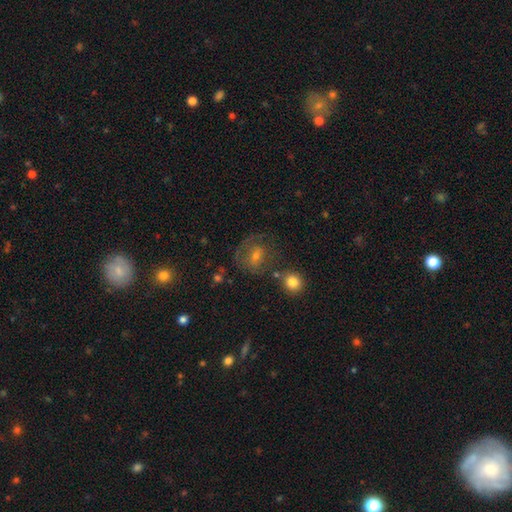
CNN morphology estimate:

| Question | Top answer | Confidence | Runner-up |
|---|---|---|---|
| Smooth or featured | smooth | 46% | featured or disk (41%) |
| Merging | none | 53% | minor disturbance (20%) |